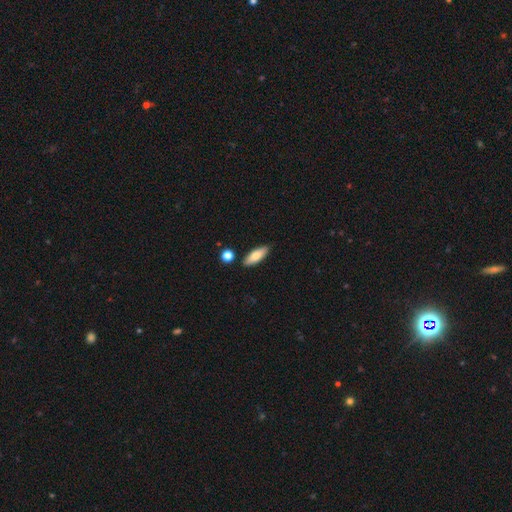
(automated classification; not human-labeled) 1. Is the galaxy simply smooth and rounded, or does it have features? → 75% smooth, 18% featured or disk, 6% star or artifact.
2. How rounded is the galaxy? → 63% in between, 35% cigar-shaped, 3% round.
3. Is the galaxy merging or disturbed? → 85% none, 9% minor disturbance, 4% merger, 2% major disturbance.